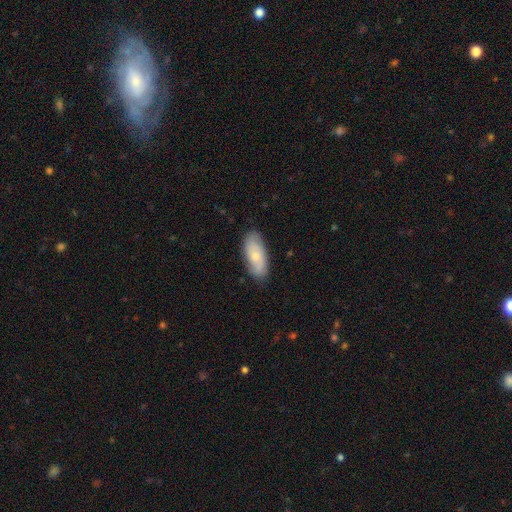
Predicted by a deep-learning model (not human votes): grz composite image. It shows a smooth galaxy with no disk features (53%) that is in between round and cigar-shaped (85%). Merging: none (81%).